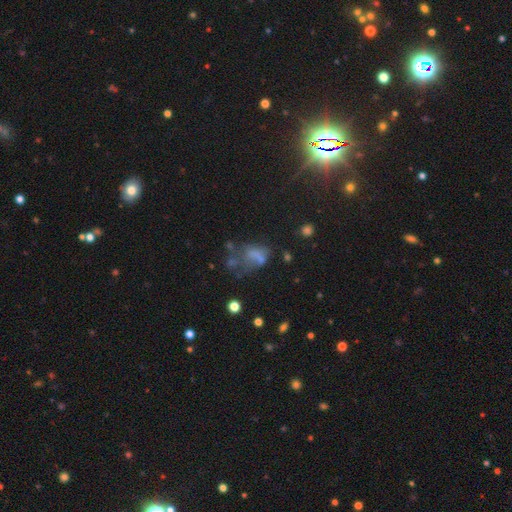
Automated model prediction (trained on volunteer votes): Smooth or featured?
  - smooth: 47% *
  - featured or disk: 30%
  - star or artifact: 22%
Merging?
  - major disturbance: 37% *
  - none: 26%
  - minor disturbance: 19%
  - merger: 19%